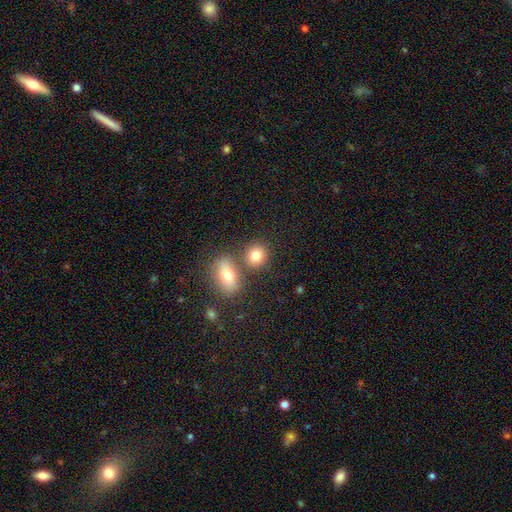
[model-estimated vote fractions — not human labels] Smooth or featured? smooth (80%)
How rounded? round (71%)
Merging? none (65%)